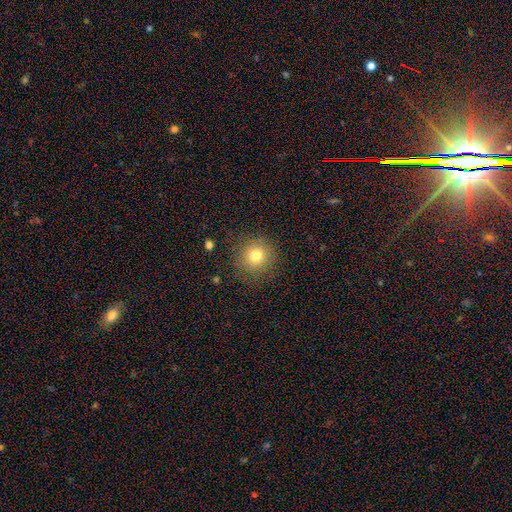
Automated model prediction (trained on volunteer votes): Smooth or featured? smooth (77%)
How rounded? round (93%)
Merging? none (88%)